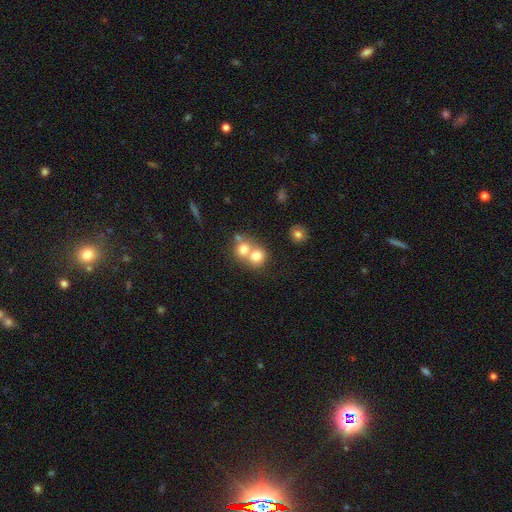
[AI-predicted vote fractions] Q: Smooth or featured?
A: smooth (74%); runner-up: featured or disk (15%)
Q: How rounded?
A: round (81%); runner-up: in between (18%)
Q: Merging?
A: merger (62%); runner-up: none (31%)